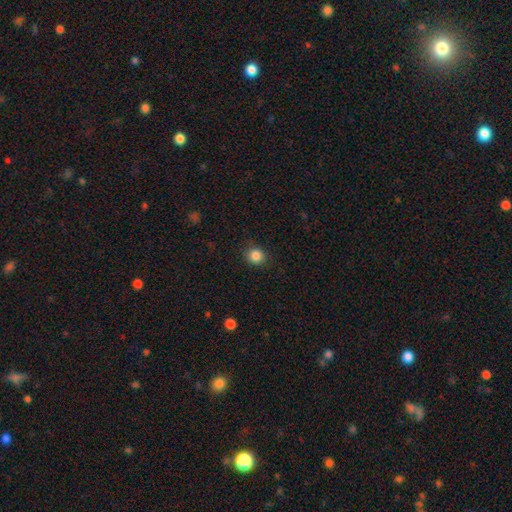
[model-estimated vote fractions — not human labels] A smooth galaxy with no disk features (85%) that is round (84%). Merging: none (88%).